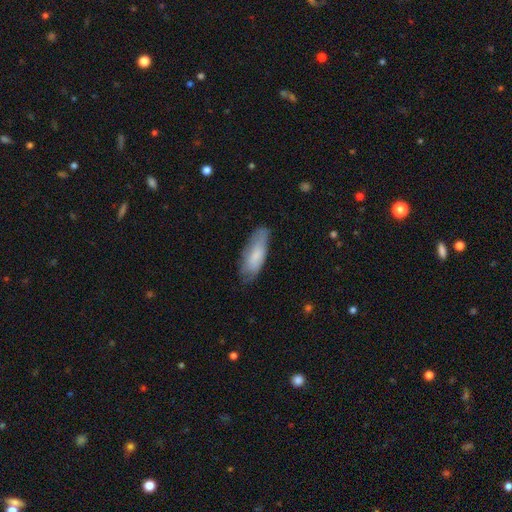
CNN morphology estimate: The model was most divided on "how rounded": in between: 64%, cigar-shaped: 34%, round: 2%. More confident: smooth or featured — smooth (75%); merging — none (68%).